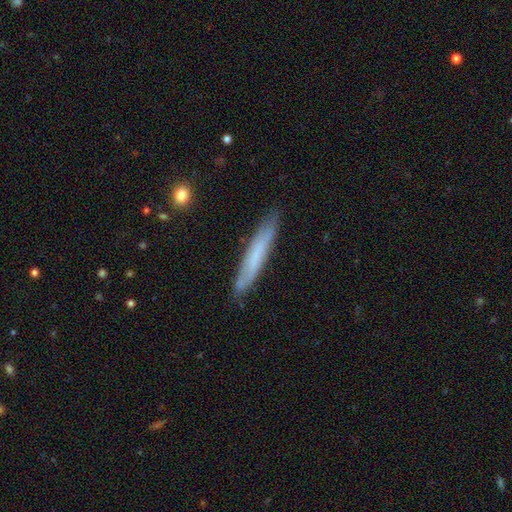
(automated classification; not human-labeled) A smooth galaxy with no disk features (55%) that is cigar-shaped (94%).

Vote fractions:
- Smooth or featured? smooth: 55% / featured or disk: 39% / star or artifact: 7%
- How rounded? cigar-shaped: 94% / in between: 5% / round: 1%
- Merging? none: 84% / minor disturbance: 13% / major disturbance: 2% / merger: 1%